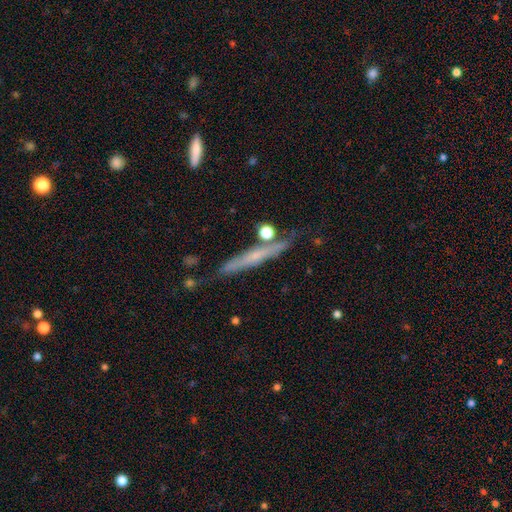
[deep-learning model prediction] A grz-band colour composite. It shows a featured or disk galaxy (54%) viewed edge-on (93%) with no central bulge (60%). Merging: none (76%).